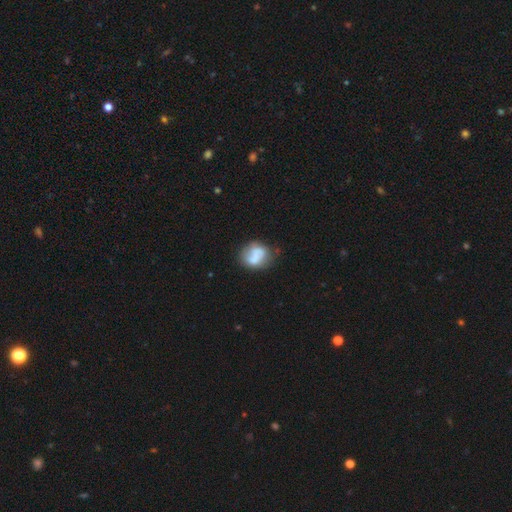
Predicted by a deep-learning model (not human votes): This is possibly a smooth galaxy (55%). How rounded: possibly round (59%). Merging: possibly none (48%).